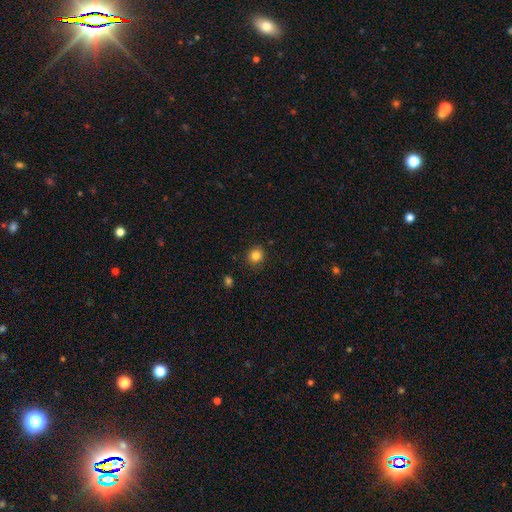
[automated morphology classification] This is clearly a smooth galaxy (84%). How rounded: clearly round (86%). Merging: clearly none (89%).